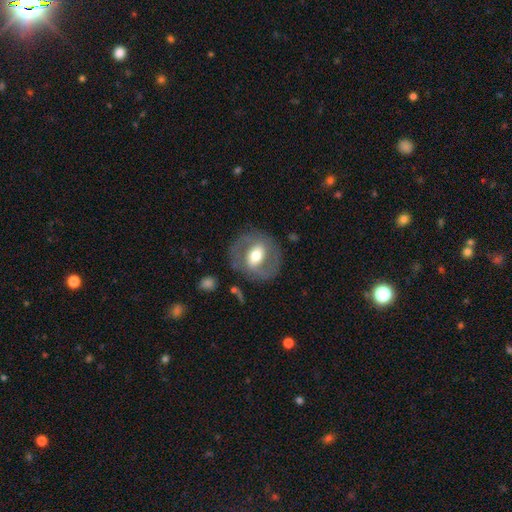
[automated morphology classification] Smooth or featured?
  - featured or disk: 63% *
  - smooth: 32%
  - star or artifact: 6%
Edge-on disk?
  - no: 93% *
  - yes: 7%
Bar?
  - weak: 38% *
  - strong: 36%
  - no: 26%
Spiral arms?
  - no: 51% *
  - yes: 49%
Bulge size?
  - moderate: 66% *
  - large: 22%
  - small: 9%
  - dominant: 2%
  - none: 1%
Merging?
  - none: 79% *
  - minor disturbance: 12%
  - major disturbance: 8%
  - merger: 2%